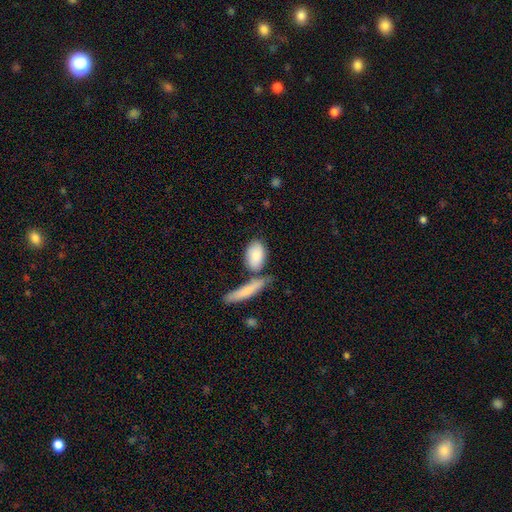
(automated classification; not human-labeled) The model was most divided on "merging": none: 54%, merger: 26%, minor disturbance: 15%, major disturbance: 5%. More confident: how rounded — in between (87%); smooth or featured — smooth (81%).